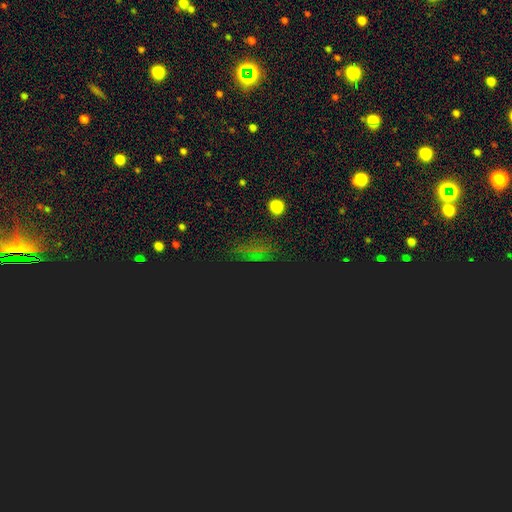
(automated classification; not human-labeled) smooth_or_featured: star or artifact (p=0.62) [alt: smooth p=0.28]